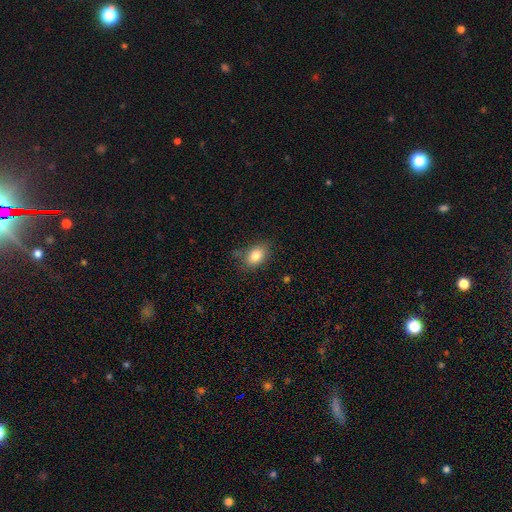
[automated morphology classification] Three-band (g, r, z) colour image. It shows a smooth galaxy with no disk features (83%) that is in between round and cigar-shaped (82%). Merging: none (75%).